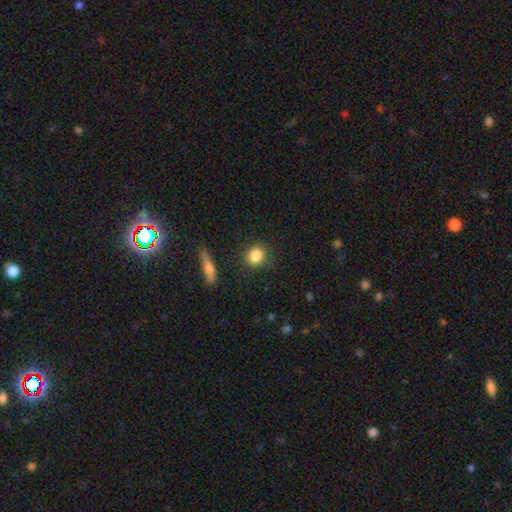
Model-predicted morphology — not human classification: Smooth or featured? smooth (87%)
How rounded? round (63%)
Merging? none (83%)